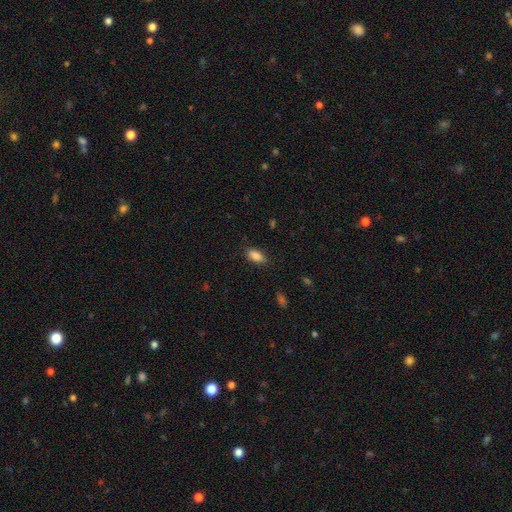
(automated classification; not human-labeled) Smooth or featured: smooth — 85% (star or artifact — 8%)
How rounded: in between — 89% (cigar-shaped — 8%)
Merging: none — 84% (minor disturbance — 12%)